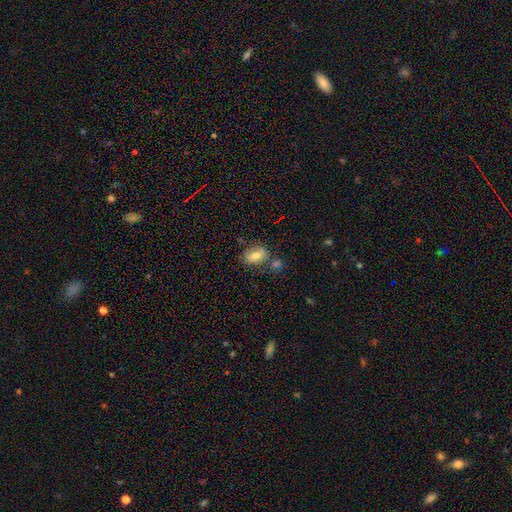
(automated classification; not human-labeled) Morphology: type=smooth (65%); roundness=in between (74%); merging=none (59%).